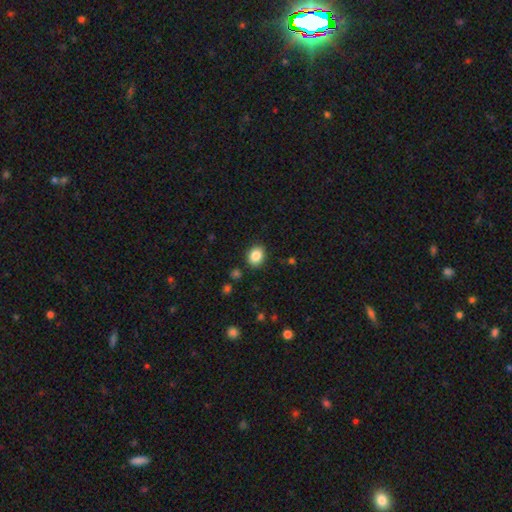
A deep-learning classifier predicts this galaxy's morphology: A smooth galaxy with no disk features (86%) that is in between round and cigar-shaped (51%). Merging: none (89%).